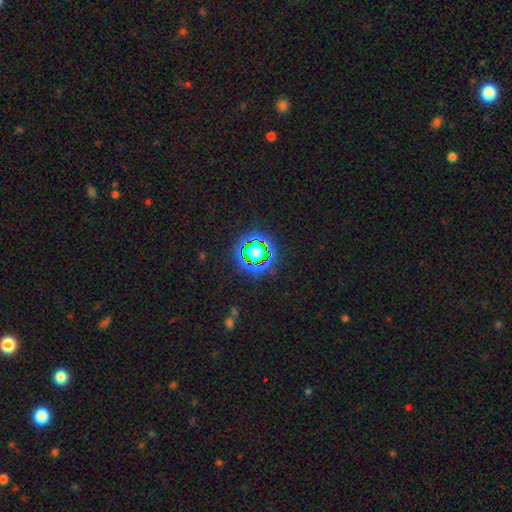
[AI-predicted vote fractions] Q: Smooth or featured?
A: star or artifact (79%); runner-up: smooth (13%)